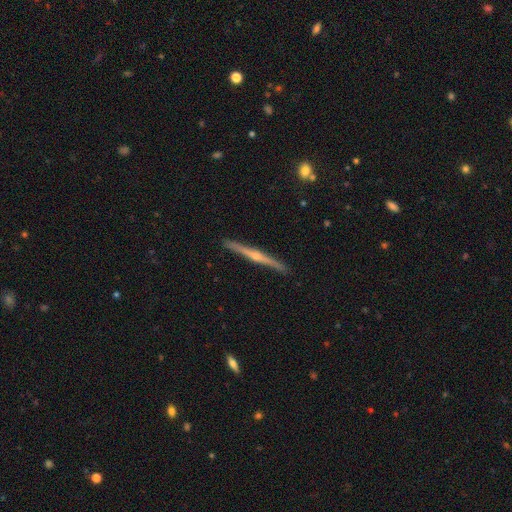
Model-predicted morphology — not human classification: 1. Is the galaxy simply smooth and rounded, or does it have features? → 81% featured or disk, 14% smooth, 5% star or artifact.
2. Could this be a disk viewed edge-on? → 98% yes, 2% no.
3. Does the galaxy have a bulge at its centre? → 84% rounded, 12% none, 5% boxy.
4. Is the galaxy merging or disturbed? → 92% none, 6% minor disturbance, 1% major disturbance, 1% merger.